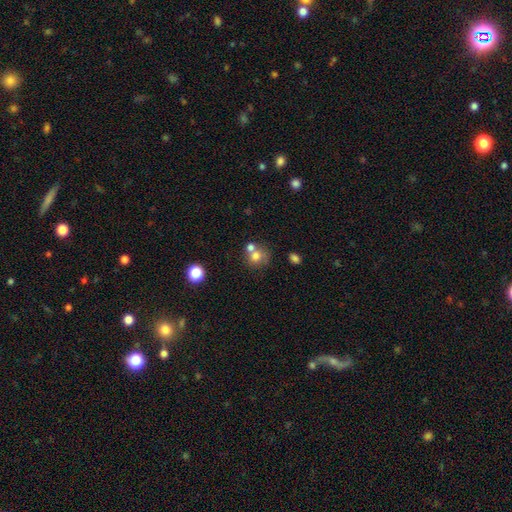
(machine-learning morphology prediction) type=smooth (72%); roundness=round (79%); merging=none (44%).